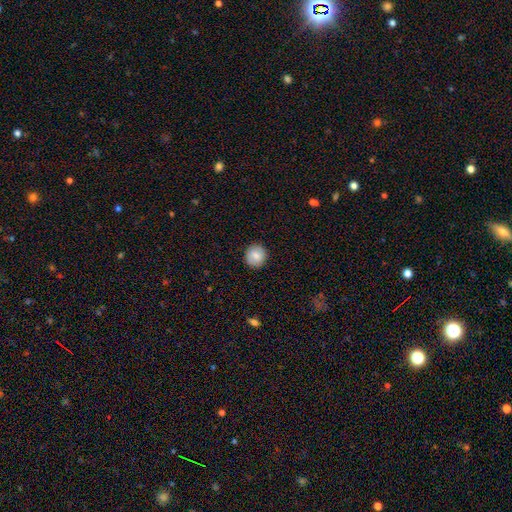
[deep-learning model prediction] Overall: smooth (83%). How rounded: round (89%). Merging: none (90%).